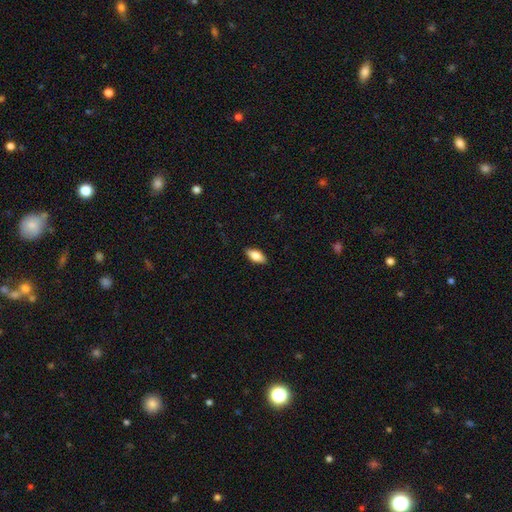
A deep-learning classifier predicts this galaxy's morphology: Overall: smooth (73%). How rounded: in between (85%). Merging: none (88%).